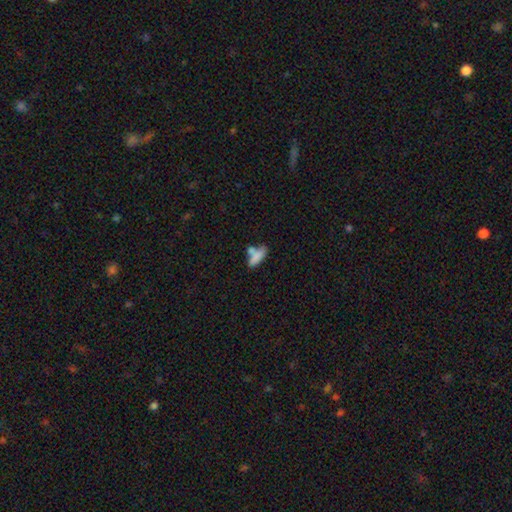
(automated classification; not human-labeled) Smooth or featured?
  - smooth: 77% *
  - featured or disk: 15%
  - star or artifact: 9%
How rounded?
  - in between: 64% *
  - cigar-shaped: 33%
  - round: 3%
Merging?
  - merger: 39% * (tied)
  - none: 39% * (tied)
  - minor disturbance: 15%
  - major disturbance: 7%